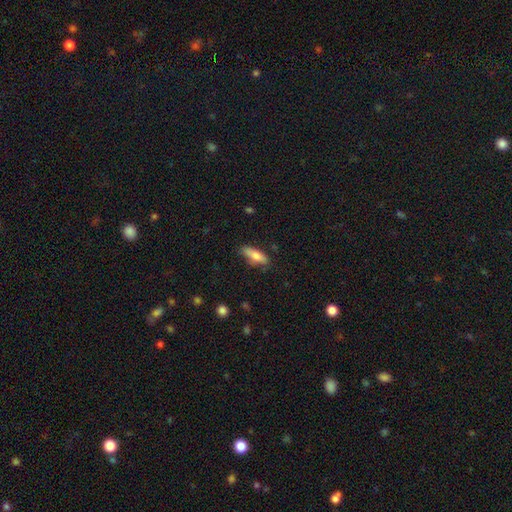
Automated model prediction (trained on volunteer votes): Q: Smooth or featured?
A: smooth (75%); runner-up: featured or disk (19%)
Q: How rounded?
A: in between (52%); runner-up: cigar-shaped (46%)
Q: Merging?
A: none (73%); runner-up: minor disturbance (20%)